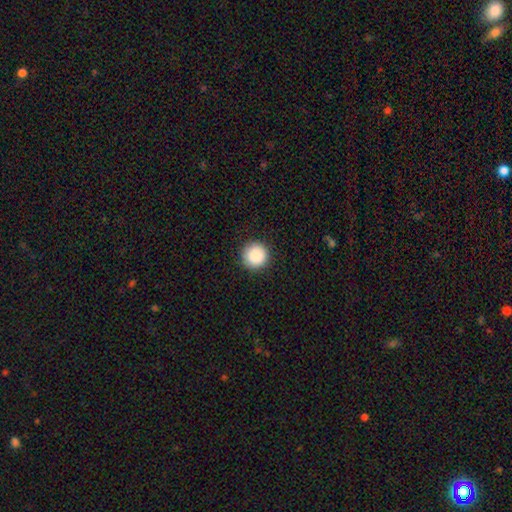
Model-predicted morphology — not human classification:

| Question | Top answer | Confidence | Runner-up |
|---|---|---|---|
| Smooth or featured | smooth | 89% | star or artifact (8%) |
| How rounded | round | 96% | in between (3%) |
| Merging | none | 93% | minor disturbance (5%) |